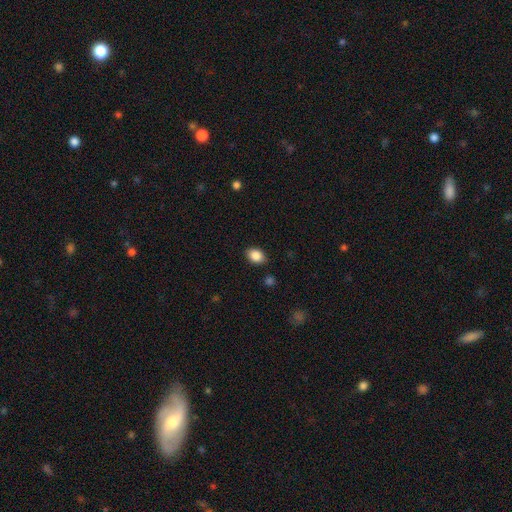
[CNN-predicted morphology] A smooth galaxy with no disk features (87%) that is in between round and cigar-shaped (73%).

Vote fractions:
- Smooth or featured? smooth: 87% / star or artifact: 8% / featured or disk: 5%
- How rounded? in between: 73% / round: 26% / cigar-shaped: 1%
- Merging? none: 87% / minor disturbance: 9% / major disturbance: 2% / merger: 2%